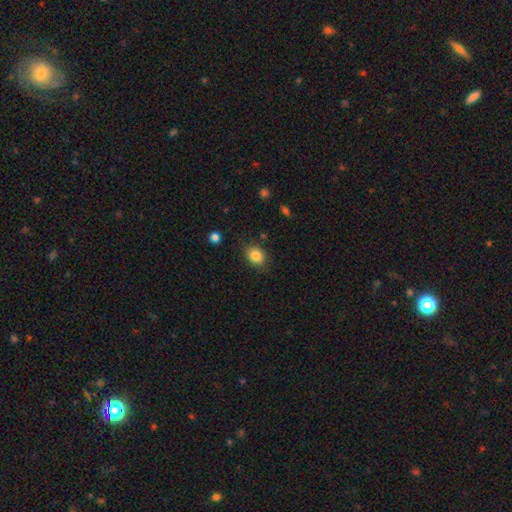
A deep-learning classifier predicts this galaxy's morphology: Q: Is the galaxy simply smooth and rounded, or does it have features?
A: smooth — 84%.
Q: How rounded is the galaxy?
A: round — 52%.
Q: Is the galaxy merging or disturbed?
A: none — 82%.